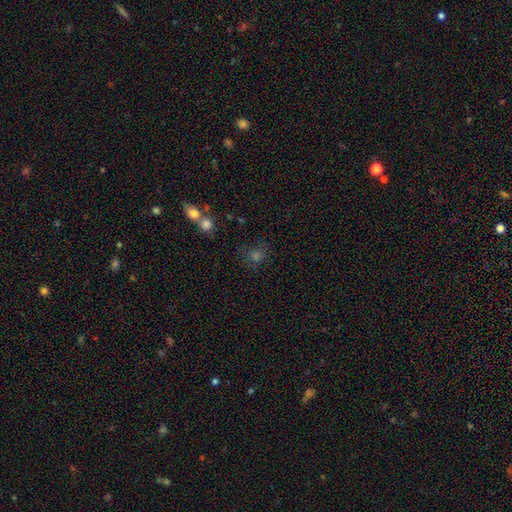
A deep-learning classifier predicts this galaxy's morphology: This is possibly a smooth galaxy (55%). How rounded: likely round (78%). Merging: likely none (67%).